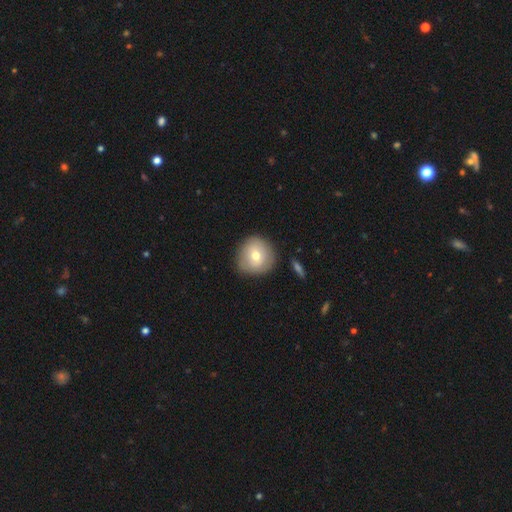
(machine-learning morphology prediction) Smooth or featured?
  - smooth: 69% *
  - featured or disk: 23%
  - star or artifact: 8%
How rounded?
  - round: 91% *
  - in between: 8%
  - cigar-shaped: 1%
Merging?
  - none: 83% *
  - minor disturbance: 12%
  - major disturbance: 3%
  - merger: 2%